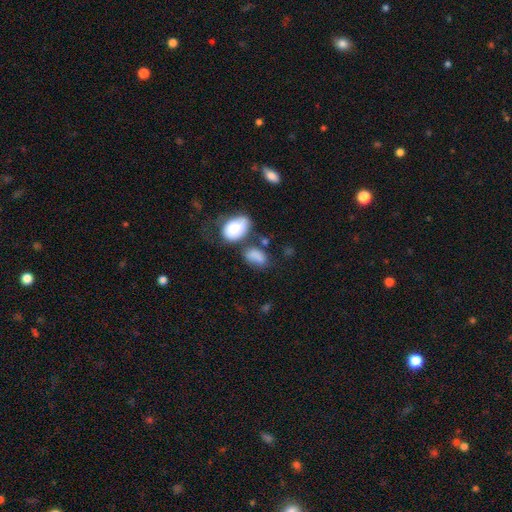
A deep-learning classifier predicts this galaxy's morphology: A smooth galaxy with no disk features (81%) that is in between round and cigar-shaped (86%).

Vote fractions:
- Smooth or featured? smooth: 81% / featured or disk: 11% / star or artifact: 9%
- How rounded? in between: 86% / round: 12% / cigar-shaped: 2%
- Merging? none: 36% / merger: 29% / minor disturbance: 21% / major disturbance: 14%